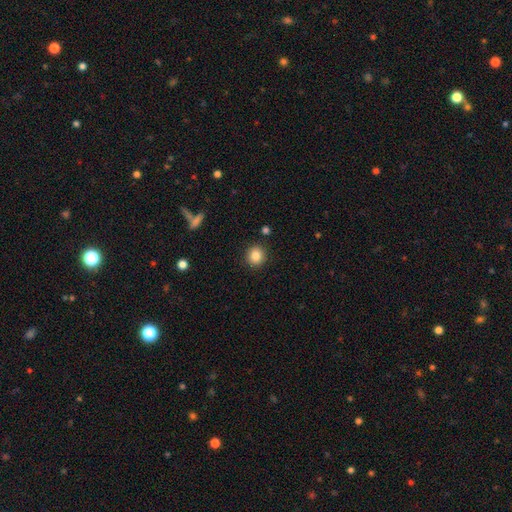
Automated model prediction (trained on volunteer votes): smooth 85%, star or artifact 10%, featured or disk 6%. Down the decision tree: how rounded — round (90%); merging — none (90%).